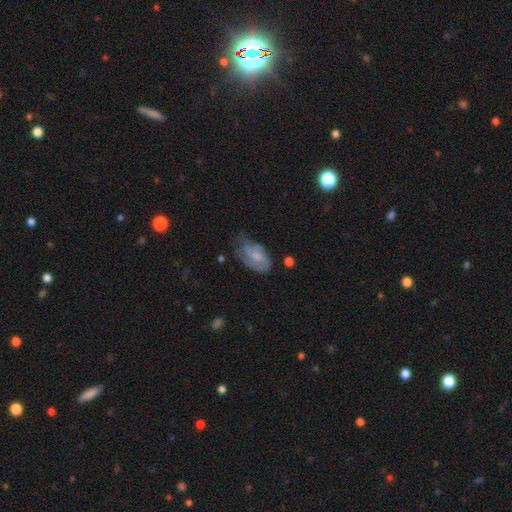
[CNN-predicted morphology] The model was most divided on "merging": none: 44%, minor disturbance: 37%, major disturbance: 17%, merger: 2%. More confident: how rounded — in between (91%); smooth or featured — smooth (53%).